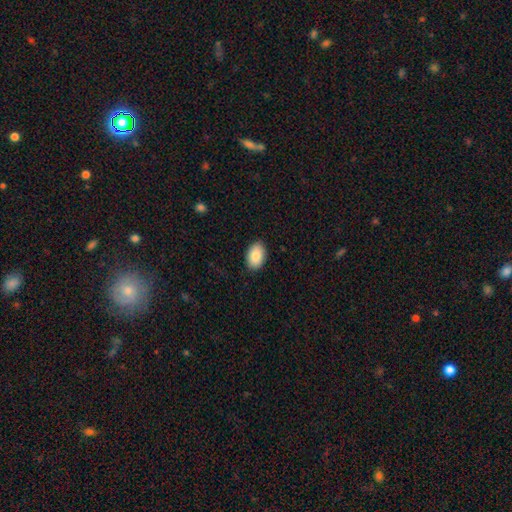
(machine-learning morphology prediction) Overall: smooth (87%). How rounded: in between (90%). Merging: none (89%).